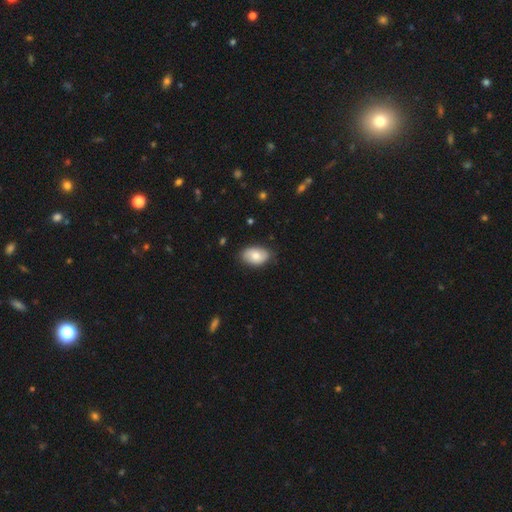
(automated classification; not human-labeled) Smooth or featured? Predicted: smooth (p=0.71). How rounded? Predicted: in between (p=0.90). Merging? Predicted: none (p=0.80).